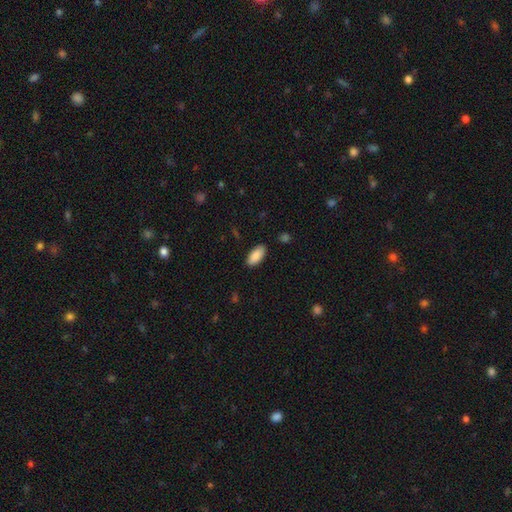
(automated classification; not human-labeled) Smooth or featured?
  - smooth: 89% *
  - star or artifact: 6%
  - featured or disk: 5%
How rounded?
  - in between: 89% *
  - cigar-shaped: 9%
  - round: 2%
Merging?
  - none: 88% *
  - minor disturbance: 9%
  - major disturbance: 2%
  - merger: 1%